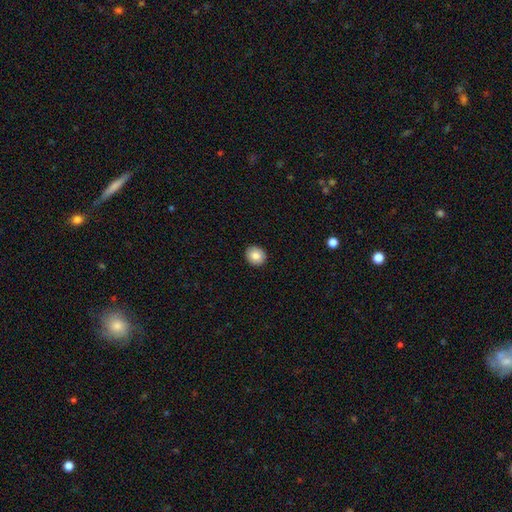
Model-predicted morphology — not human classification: Smooth or featured?
  - smooth: 85% *
  - star or artifact: 8%
  - featured or disk: 7%
How rounded?
  - round: 77% *
  - in between: 22%
  - cigar-shaped: 1%
Merging?
  - none: 92% *
  - minor disturbance: 5%
  - major disturbance: 2%
  - merger: 1%